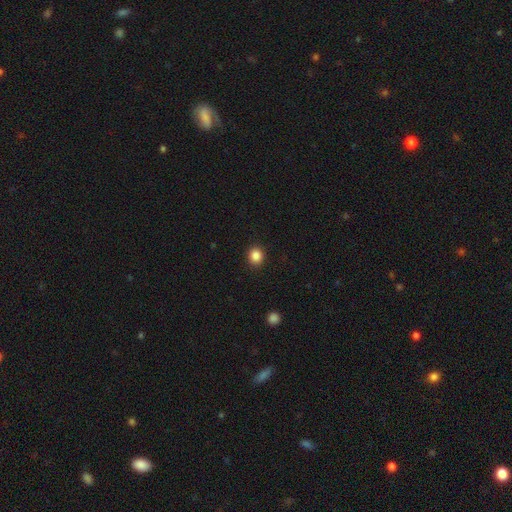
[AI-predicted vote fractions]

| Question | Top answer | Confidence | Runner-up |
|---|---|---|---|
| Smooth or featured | smooth | 86% | star or artifact (10%) |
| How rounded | round | 81% | in between (18%) |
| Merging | none | 92% | minor disturbance (6%) |